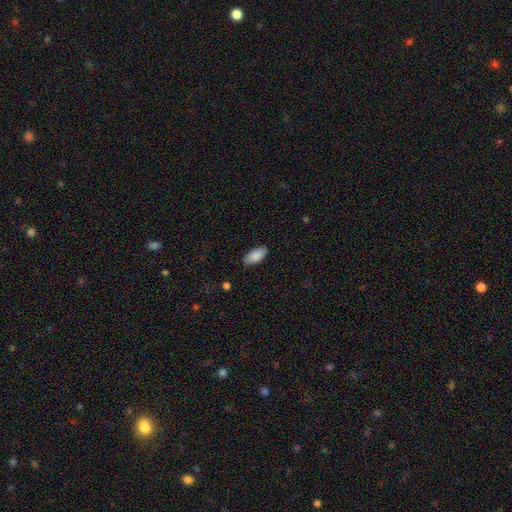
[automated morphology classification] smooth-or-featured: smooth: 88% | featured or disk: 6% | star or artifact: 6%
  how-rounded: in between: 90% | cigar-shaped: 8% | round: 2%
  merging: none: 86% | minor disturbance: 11% | major disturbance: 2% | merger: 1%